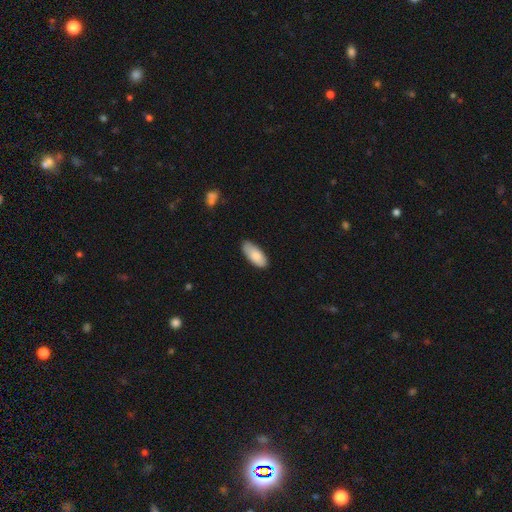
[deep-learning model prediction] Morphology: type=smooth (85%); roundness=in between (87%); merging=none (77%).